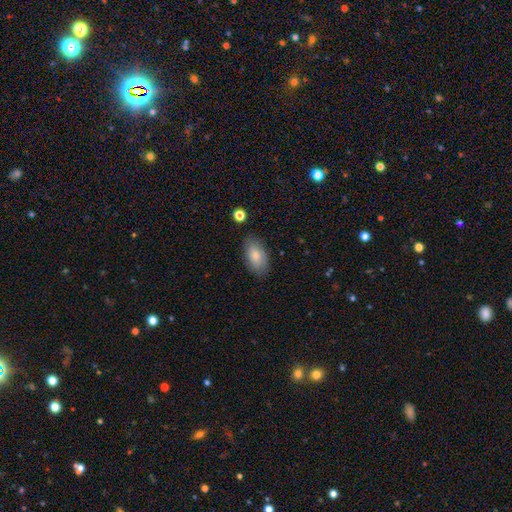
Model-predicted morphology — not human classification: smooth_or_featured: smooth (p=0.84) [alt: featured or disk p=0.10]
how_rounded: in between (p=0.93) [alt: round p=0.04]
merging: none (p=0.82) [alt: minor disturbance p=0.13]